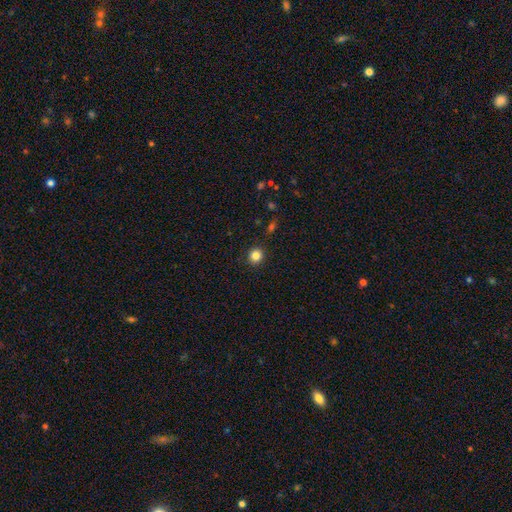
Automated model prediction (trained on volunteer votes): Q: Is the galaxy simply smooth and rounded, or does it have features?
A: smooth — 84%.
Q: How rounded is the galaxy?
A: round — 89%.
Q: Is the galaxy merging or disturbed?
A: none — 91%.